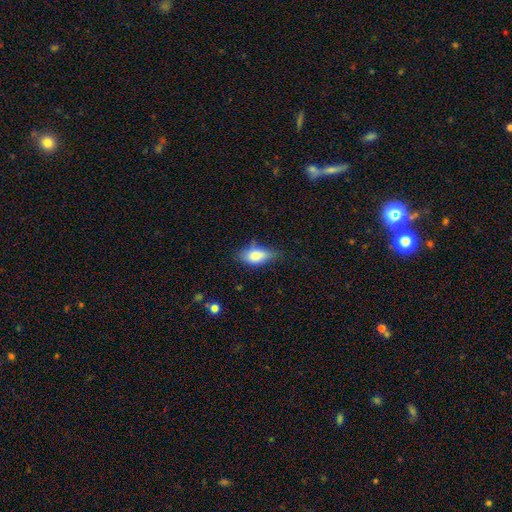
Overall: smooth (85%). How rounded: in between (94%). Merging: none (51%; minor disturbance 34%).